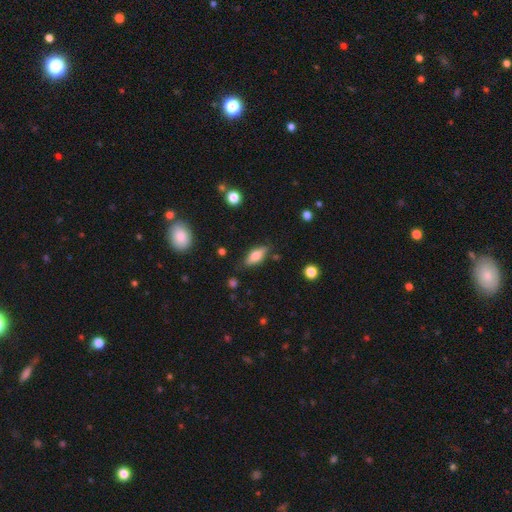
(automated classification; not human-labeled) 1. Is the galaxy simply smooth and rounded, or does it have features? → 65% smooth, 28% featured or disk, 7% star or artifact.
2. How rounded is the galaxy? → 73% in between, 24% cigar-shaped, 3% round.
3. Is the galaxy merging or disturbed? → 80% none, 14% minor disturbance, 3% major disturbance, 2% merger.